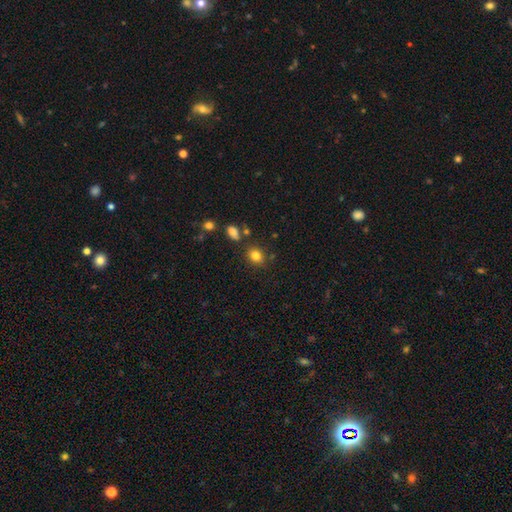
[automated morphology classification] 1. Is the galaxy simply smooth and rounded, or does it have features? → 82% smooth, 11% star or artifact, 6% featured or disk.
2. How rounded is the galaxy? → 54% round, 45% in between, 1% cigar-shaped.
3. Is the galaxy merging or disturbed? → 80% none, 11% minor disturbance, 5% merger, 3% major disturbance.